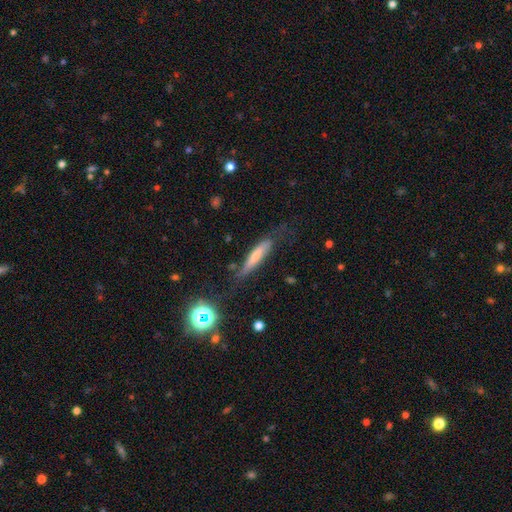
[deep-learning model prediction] Morphology: type=featured or disk (48%); merging=none (64%).